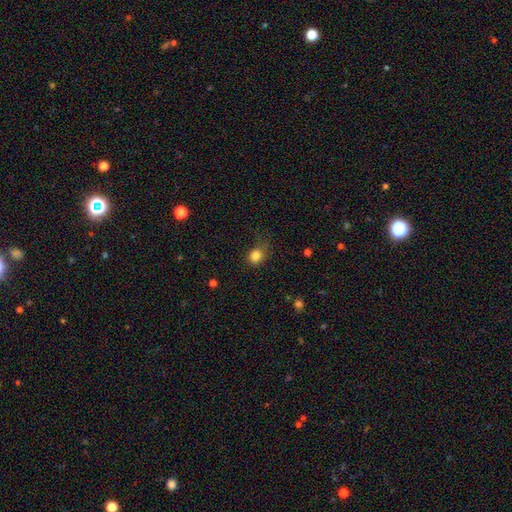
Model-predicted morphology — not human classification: Smooth or featured? smooth (83%)
How rounded? round (68%)
Merging? none (67%)